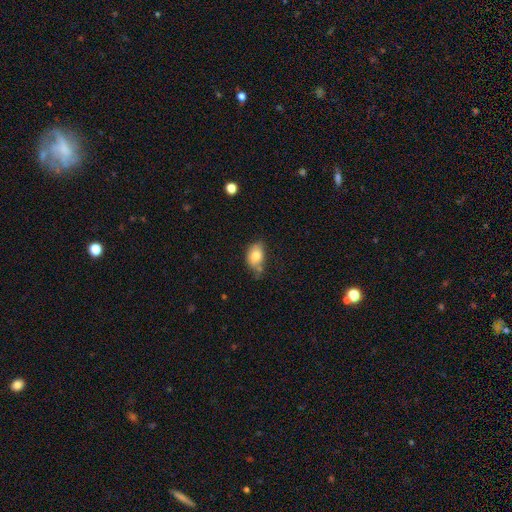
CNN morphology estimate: Overall: smooth (79%). How rounded: in between (81%). Merging: none (46%; minor disturbance 36%).